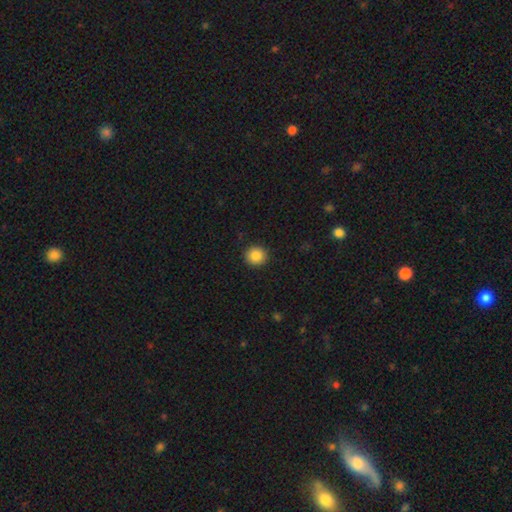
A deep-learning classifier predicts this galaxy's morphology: Overall: smooth (86%). How rounded: round (93%). Merging: none (92%).